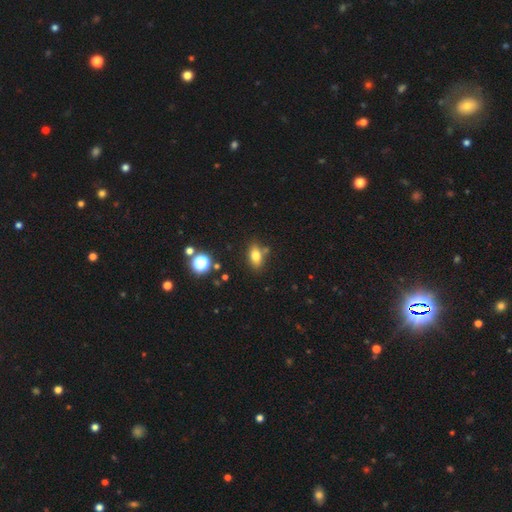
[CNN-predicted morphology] Overall: smooth (77%). How rounded: in between (83%). Merging: none (76%).